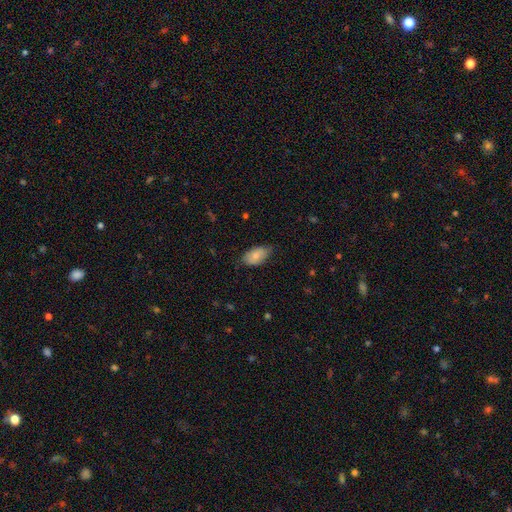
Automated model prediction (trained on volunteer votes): This is likely a smooth galaxy (77%). How rounded: clearly in between (94%). Merging: likely none (69%).